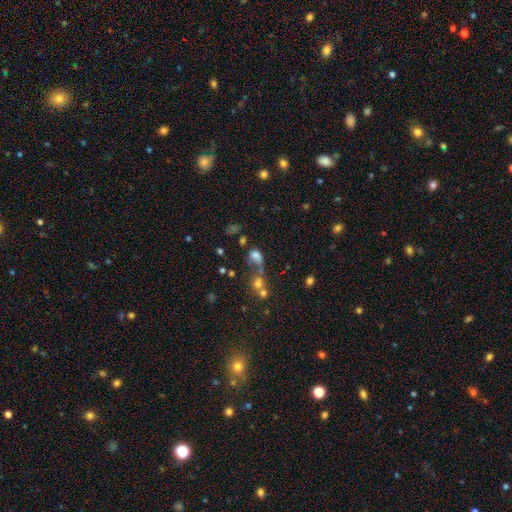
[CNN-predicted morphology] Overall: smooth (67%). How rounded: in between (67%; round 30%). Merging: merger (41%; none 28%).